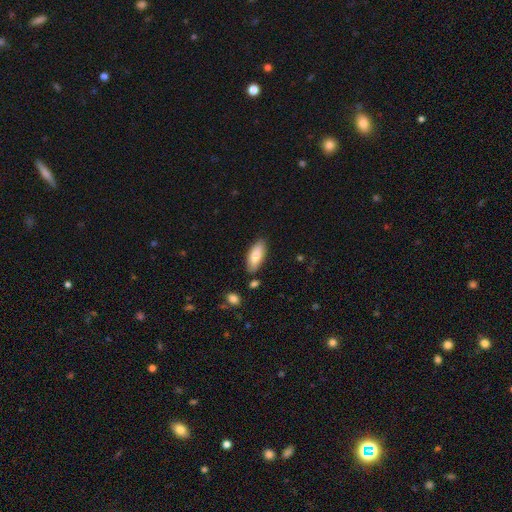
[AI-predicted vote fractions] Smooth or featured?
  - smooth: 85% *
  - featured or disk: 9%
  - star or artifact: 6%
How rounded?
  - in between: 77% *
  - cigar-shaped: 22%
  - round: 2%
Merging?
  - none: 82% *
  - minor disturbance: 12%
  - merger: 3%
  - major disturbance: 2%